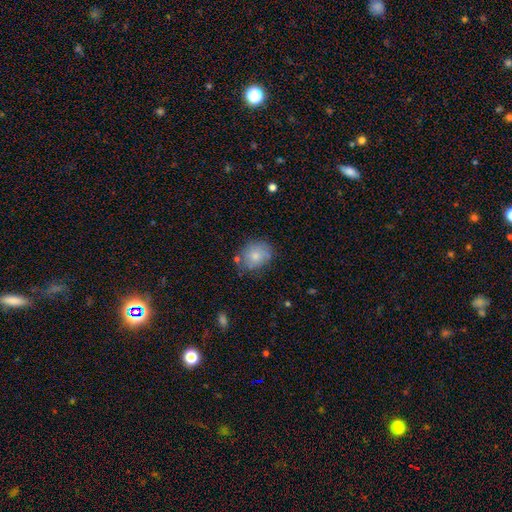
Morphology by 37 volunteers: smooth 68%, featured or disk 24%, star or artifact 8%. Down the decision tree: how rounded — round (80%); merging — none (74%).